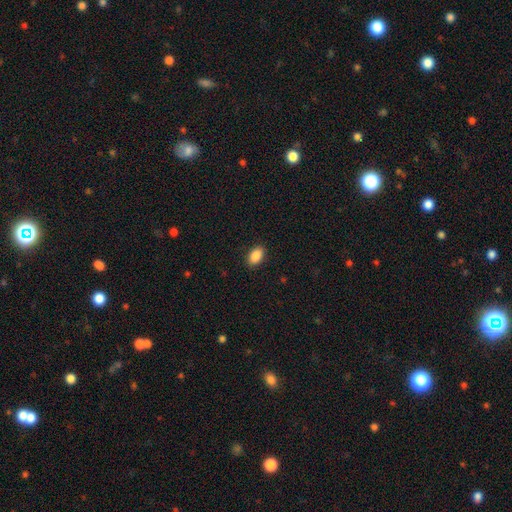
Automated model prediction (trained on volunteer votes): Smooth or featured?
  - smooth: 89% *
  - star or artifact: 8%
  - featured or disk: 4%
How rounded?
  - in between: 91% *
  - round: 7%
  - cigar-shaped: 2%
Merging?
  - none: 89% *
  - minor disturbance: 8%
  - major disturbance: 2%
  - merger: 1%